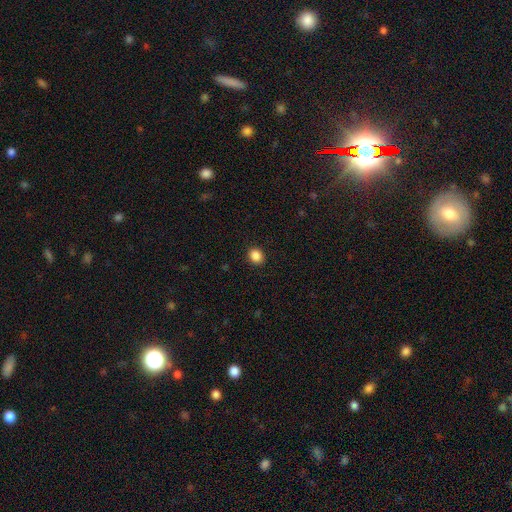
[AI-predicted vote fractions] The model was most divided on "how rounded": round: 66%, in between: 33%, cigar-shaped: 1%. More confident: merging — none (91%); smooth or featured — smooth (87%).